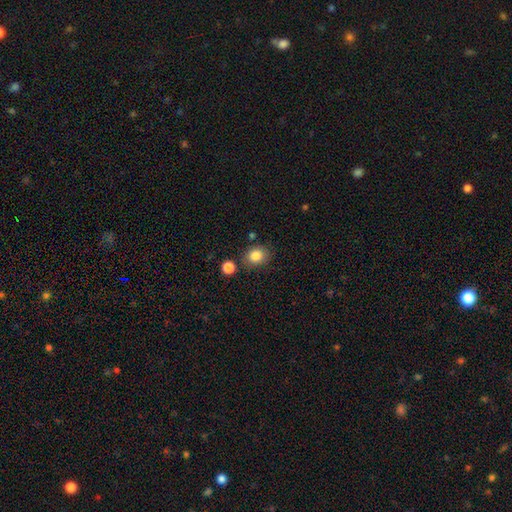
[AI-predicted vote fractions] smooth_or_featured: smooth (p=0.84) [alt: star or artifact p=0.10]
how_rounded: round (p=0.59) [alt: in between p=0.40]
merging: none (p=0.78) [alt: minor disturbance p=0.13]